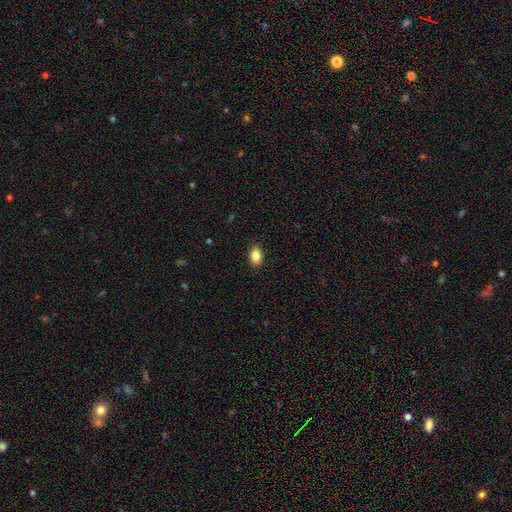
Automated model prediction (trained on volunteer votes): This is clearly a smooth galaxy (86%). How rounded: clearly in between (86%). Merging: clearly none (88%).